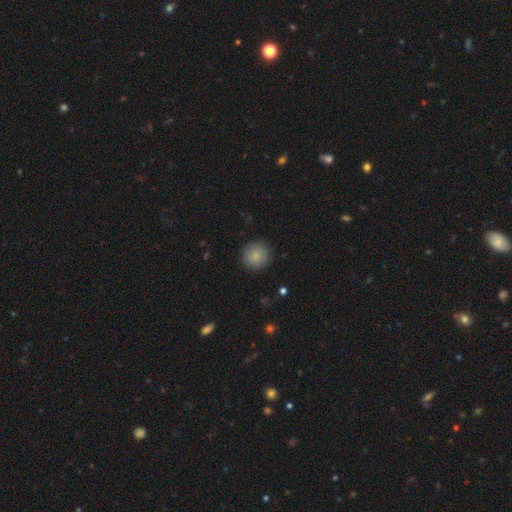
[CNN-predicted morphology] smooth 85%, star or artifact 8%, featured or disk 6%. Down the decision tree: how rounded — round (94%); merging — none (90%).